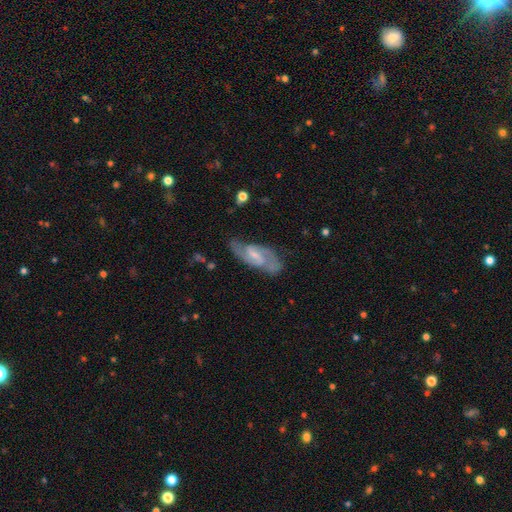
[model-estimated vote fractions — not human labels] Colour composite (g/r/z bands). It shows a featured or disk galaxy (84%) with a weak bar (55%), 2 (90%) medium (55%) spiral arms (96%) and a small central bulge (54%). Merging: none (75%).